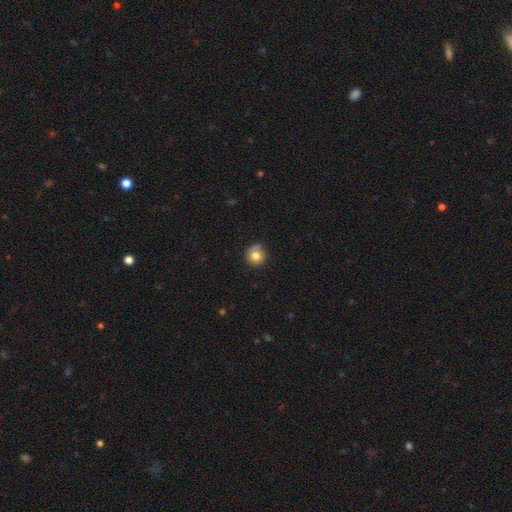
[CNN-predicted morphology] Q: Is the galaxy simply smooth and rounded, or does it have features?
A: smooth — 80%.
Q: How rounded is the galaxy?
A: round — 91%.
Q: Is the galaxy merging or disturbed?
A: none — 74%.